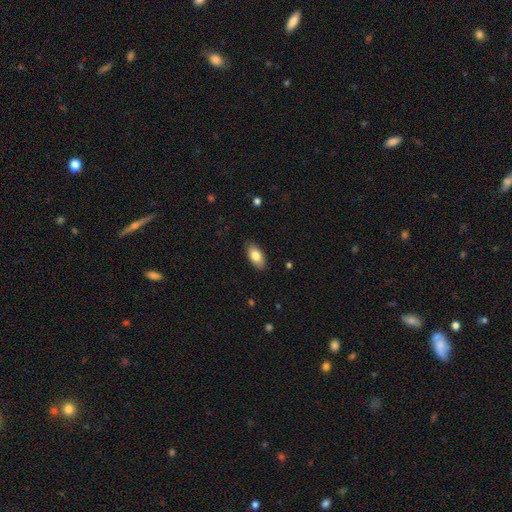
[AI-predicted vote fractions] Smooth or featured? Predicted: smooth (p=0.80). How rounded? Predicted: in between (p=0.92). Merging? Predicted: none (p=0.87).